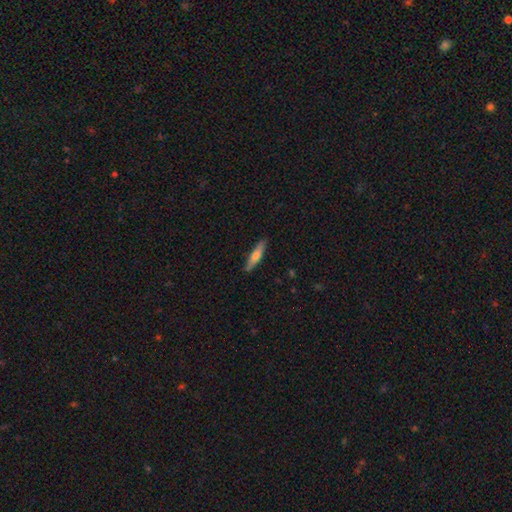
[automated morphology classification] type=smooth (64%); roundness=cigar-shaped (83%); merging=none (87%).